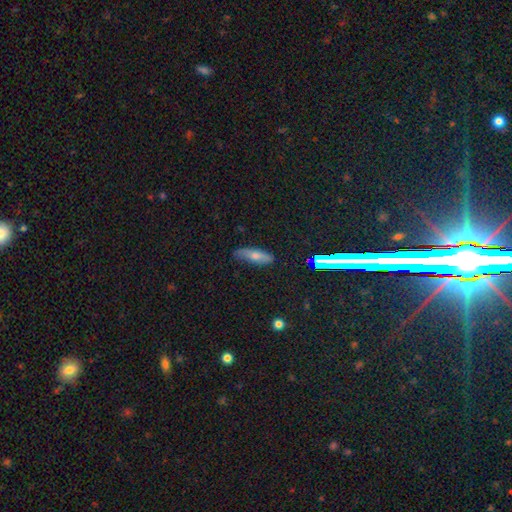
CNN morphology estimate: Smooth or featured?
  - smooth: 67% *
  - featured or disk: 22%
  - star or artifact: 11%
How rounded?
  - in between: 50% *
  - cigar-shaped: 47%
  - round: 3%
Merging?
  - none: 76% *
  - minor disturbance: 19%
  - major disturbance: 4%
  - merger: 2%